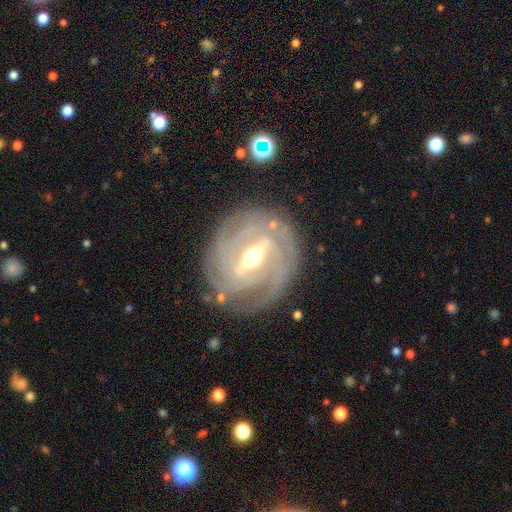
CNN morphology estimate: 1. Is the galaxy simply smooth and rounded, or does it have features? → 89% featured or disk, 6% smooth, 5% star or artifact.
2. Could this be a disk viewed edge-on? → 94% no, 6% yes.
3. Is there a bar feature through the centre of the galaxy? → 66% strong, 28% weak, 6% no.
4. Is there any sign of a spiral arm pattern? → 93% yes, 7% no.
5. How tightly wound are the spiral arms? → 75% tight, 20% medium, 5% loose.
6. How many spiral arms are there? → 28% can't tell, 23% 3, 22% 2, 16% 4, 7% more than 4, 5% 1.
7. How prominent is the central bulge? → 69% moderate, 23% small, 6% large, 1% dominant, 1% none.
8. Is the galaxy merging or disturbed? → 80% none, 14% minor disturbance, 5% major disturbance, 2% merger.